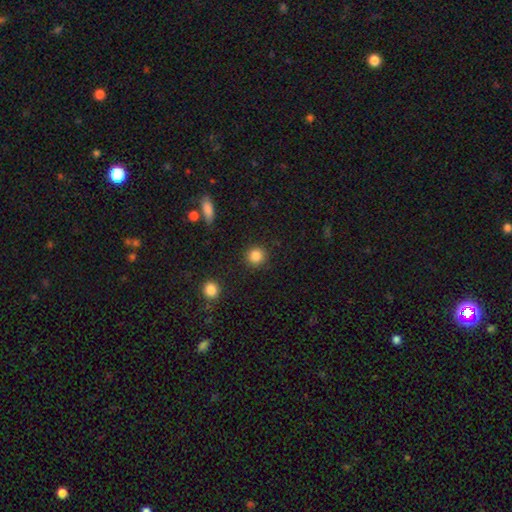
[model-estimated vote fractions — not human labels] Smooth or featured? smooth (86%)
How rounded? round (92%)
Merging? none (89%)